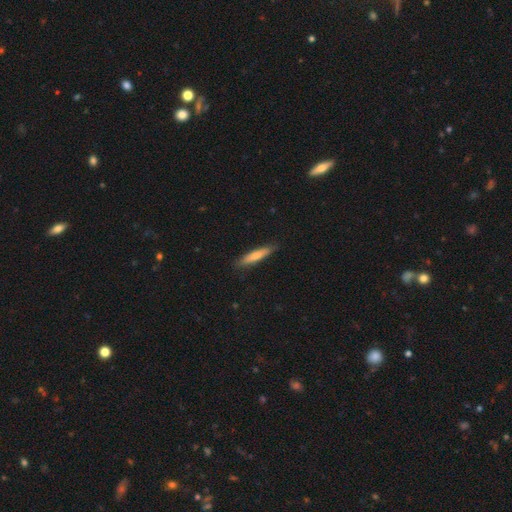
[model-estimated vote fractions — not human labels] Smooth or featured?
  - smooth: 76% *
  - featured or disk: 19%
  - star or artifact: 5%
How rounded?
  - cigar-shaped: 88% *
  - in between: 11%
  - round: 1%
Merging?
  - none: 88% *
  - minor disturbance: 10%
  - major disturbance: 2%
  - merger: 1%